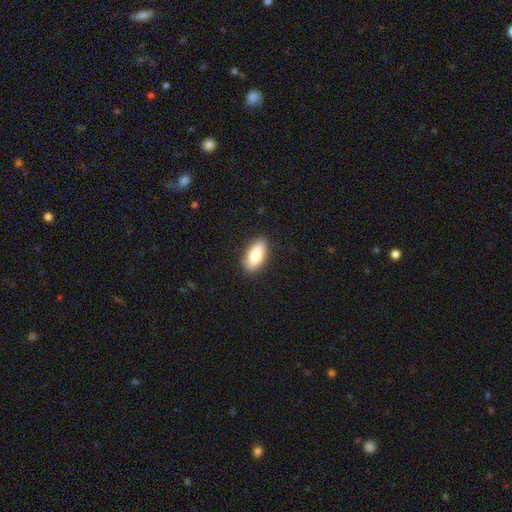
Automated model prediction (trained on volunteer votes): The model was most divided on "smooth or featured": smooth: 77%, featured or disk: 17%, star or artifact: 6%. More confident: how rounded — in between (90%); merging — none (88%).